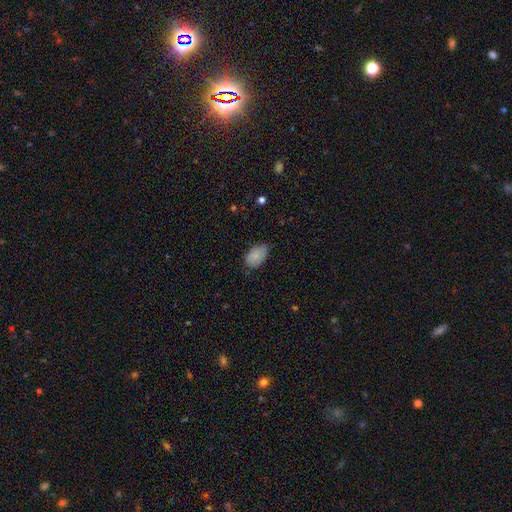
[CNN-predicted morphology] Smooth or featured: smooth — 83% (featured or disk — 10%)
How rounded: in between — 90% (round — 9%)
Merging: none — 64% (minor disturbance — 30%)